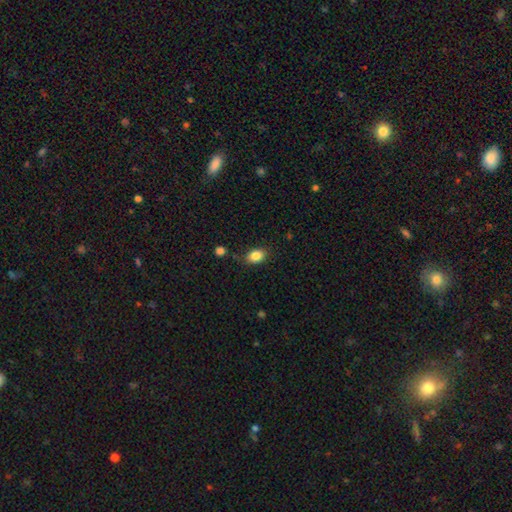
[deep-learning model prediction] A smooth galaxy with no disk features (85%) that is in between round and cigar-shaped (80%). Merging: none (81%).